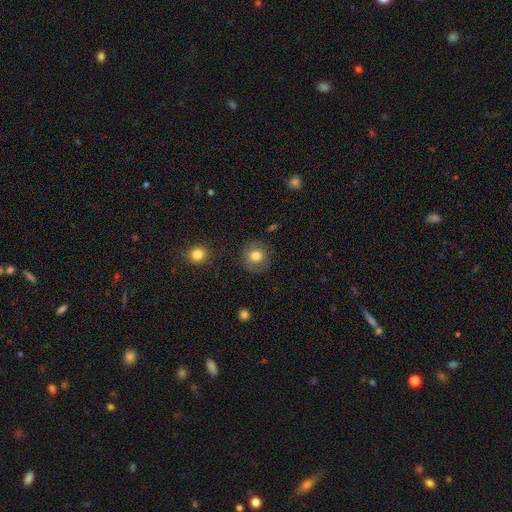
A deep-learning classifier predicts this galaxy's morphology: smooth 73%, featured or disk 17%, star or artifact 9%. Down the decision tree: how rounded — round (90%); merging — none (84%).